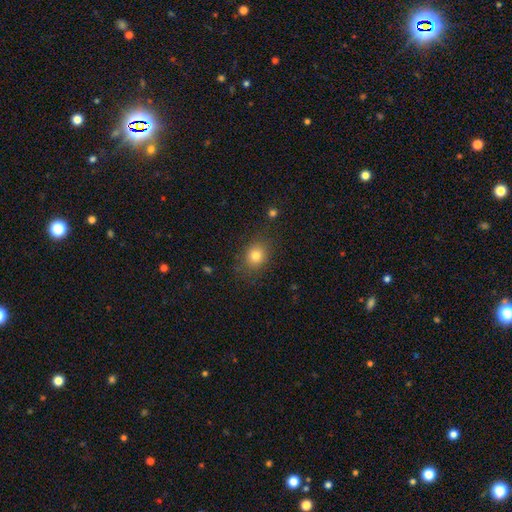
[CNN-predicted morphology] Overall: smooth (80%). How rounded: round (60%; in between 39%). Merging: none (83%).